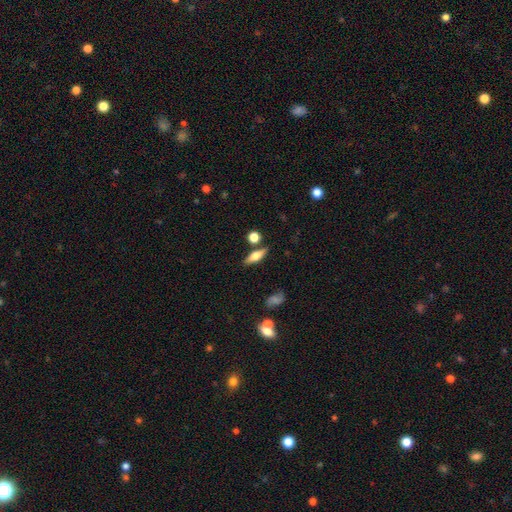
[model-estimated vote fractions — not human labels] This is possibly a smooth galaxy (46%, tied with featured or disk). Merging: likely none (79%).